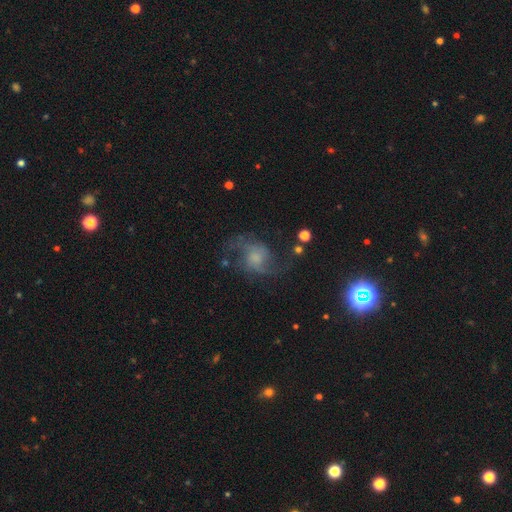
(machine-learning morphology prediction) Q: Smooth or featured?
A: featured or disk (70%); runner-up: smooth (18%)
Q: Edge-on disk?
A: no (97%); runner-up: yes (3%)
Q: Bar?
A: no (66%); runner-up: weak (29%)
Q: Spiral arms?
A: yes (91%); runner-up: no (9%)
Q: Spiral winding?
A: loose (49%); runner-up: medium (41%)
Q: Spiral arm count?
A: 2 (81%); runner-up: can't tell (8%)
Q: Bulge size?
A: small (35%); runner-up: moderate (31%)
Q: Merging?
A: none (60%); runner-up: minor disturbance (19%)